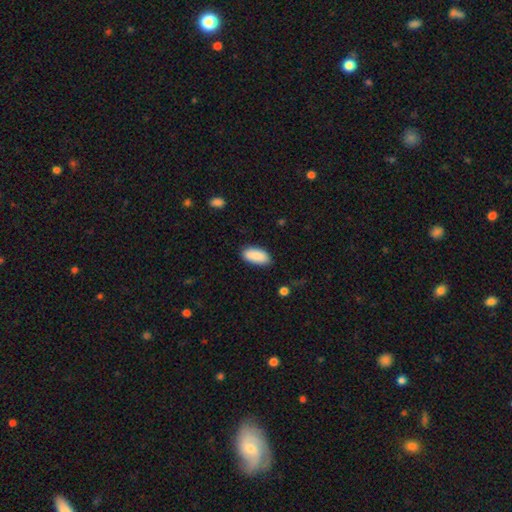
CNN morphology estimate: A smooth galaxy with no disk features (90%) that is in between round and cigar-shaped (91%).

Vote fractions:
- Smooth or featured? smooth: 90% / star or artifact: 6% / featured or disk: 4%
- How rounded? in between: 91% / cigar-shaped: 7% / round: 2%
- Merging? none: 86% / minor disturbance: 11% / major disturbance: 2% / merger: 1%